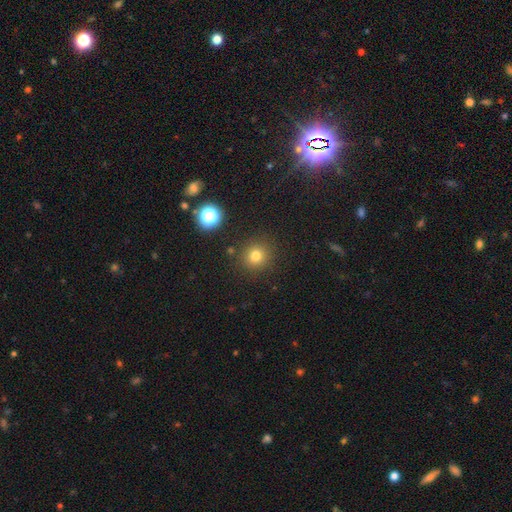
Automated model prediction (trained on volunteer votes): smooth 76%, star or artifact 17%, featured or disk 7%. Down the decision tree: how rounded — round (91%); merging — none (87%).